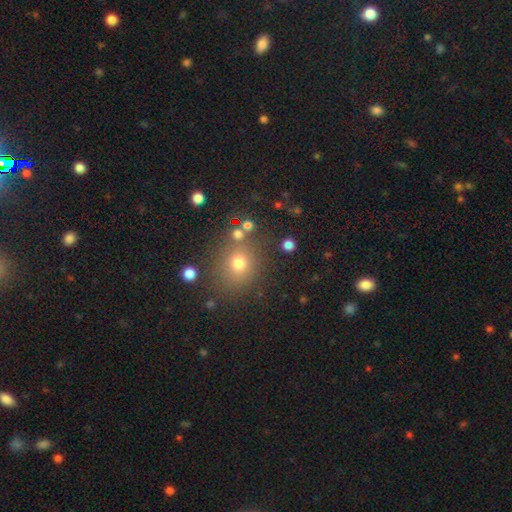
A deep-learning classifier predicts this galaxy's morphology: Smooth or featured? Predicted: smooth (p=0.58). How rounded? Predicted: round (p=0.84). Merging? Predicted: none (p=0.80).